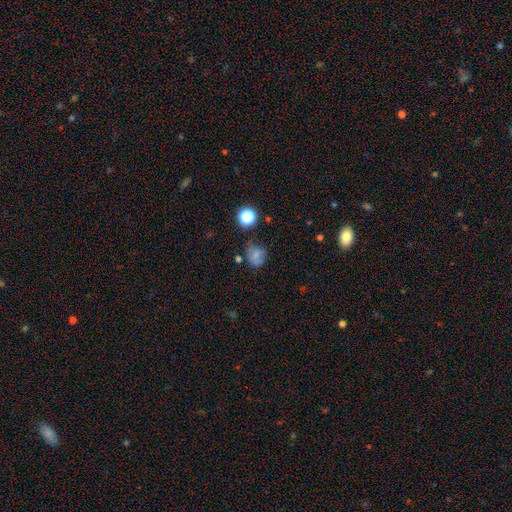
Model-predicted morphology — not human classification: Overall: smooth (62%). How rounded: round (60%; in between 39%). Merging: none (50%; minor disturbance 27%).